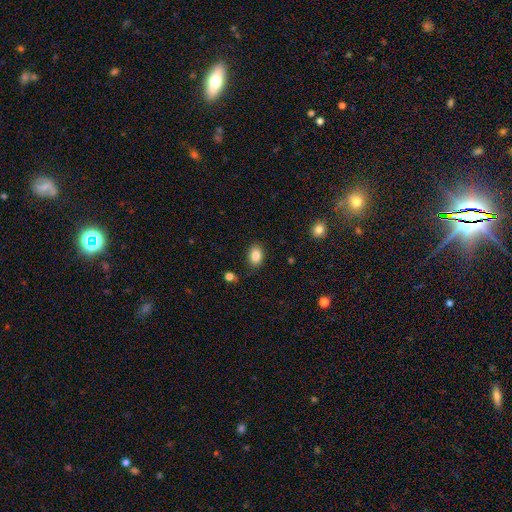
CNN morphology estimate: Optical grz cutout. It shows a smooth galaxy with no disk features (86%) that is in between round and cigar-shaped (79%). Merging: none (85%).